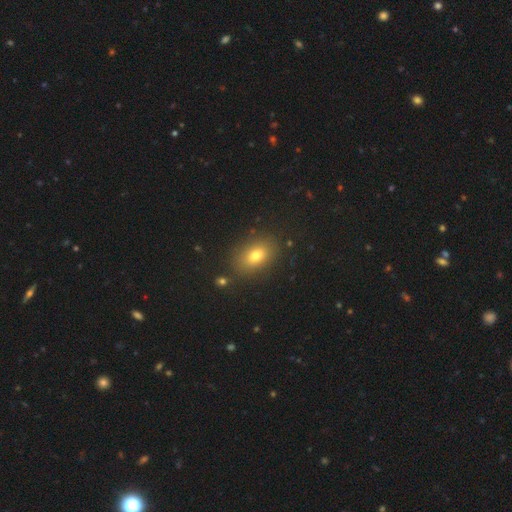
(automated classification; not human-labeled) A smooth galaxy with no disk features (74%) that is in between round and cigar-shaped (78%).

Vote fractions:
- Smooth or featured? smooth: 74% / star or artifact: 14% / featured or disk: 12%
- How rounded? in between: 78% / round: 20% / cigar-shaped: 2%
- Merging? none: 85% / minor disturbance: 9% / major disturbance: 3% / merger: 2%